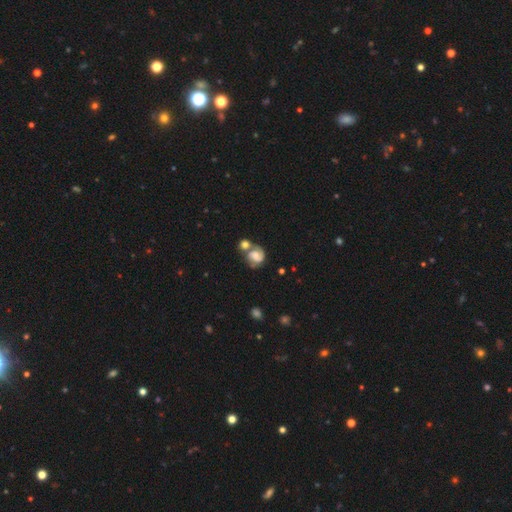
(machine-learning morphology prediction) This is possibly a featured or disk galaxy (56%). It is clearly not viewed edge-on (98%). Bar: possibly no (57%). Spiral arm pattern: clearly yes (85%). Central bulge: marginally moderate (36%). Merging: marginally merger (42%).